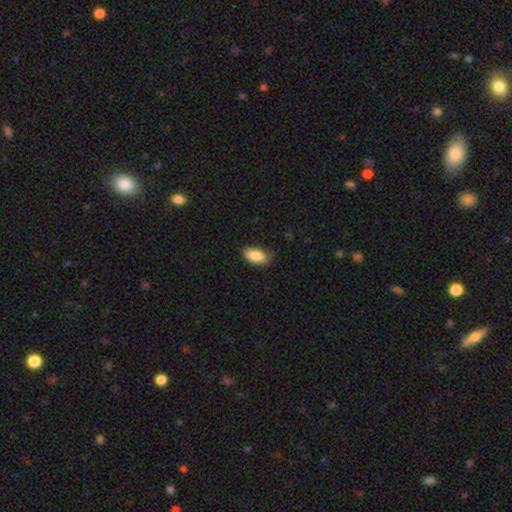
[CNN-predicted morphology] This is clearly a smooth galaxy (86%). How rounded: clearly in between (90%). Merging: likely none (75%).